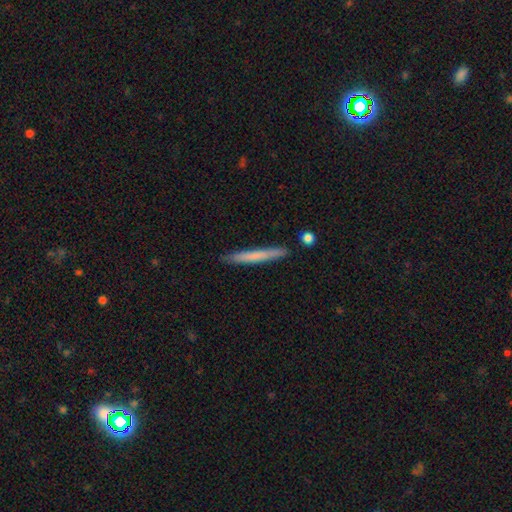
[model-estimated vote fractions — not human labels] Q: Smooth or featured?
A: smooth (67%); runner-up: featured or disk (27%)
Q: How rounded?
A: cigar-shaped (97%); runner-up: in between (2%)
Q: Merging?
A: none (88%); runner-up: minor disturbance (8%)